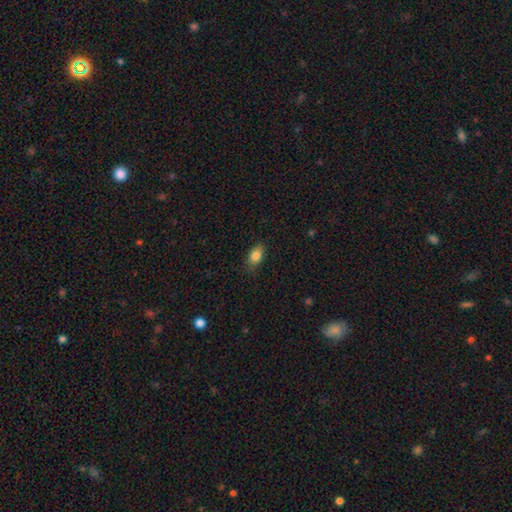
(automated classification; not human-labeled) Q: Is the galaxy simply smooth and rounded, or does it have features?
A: smooth — 84%.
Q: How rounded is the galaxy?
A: in between — 85%.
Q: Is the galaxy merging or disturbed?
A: none — 79%.